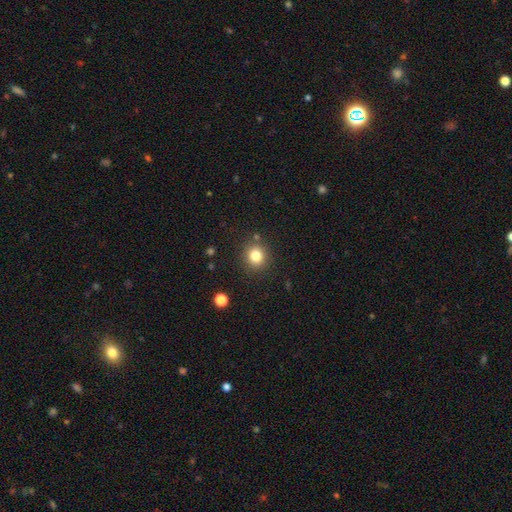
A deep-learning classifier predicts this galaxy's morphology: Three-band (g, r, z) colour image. It shows a smooth galaxy with no disk features (81%) that is round (87%). Merging: none (86%).